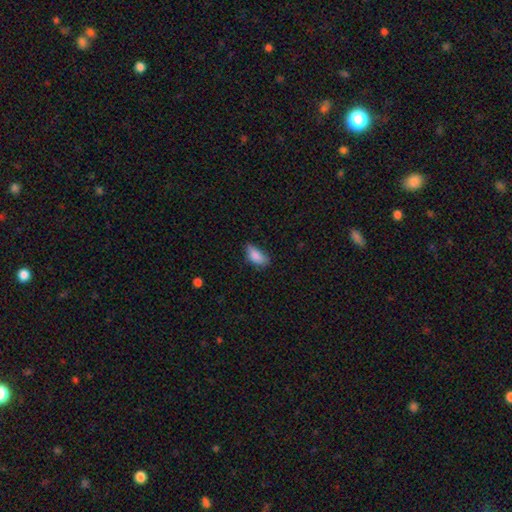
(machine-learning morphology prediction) This is clearly a smooth galaxy (84%). How rounded: clearly in between (88%). Merging: possibly none (54%).